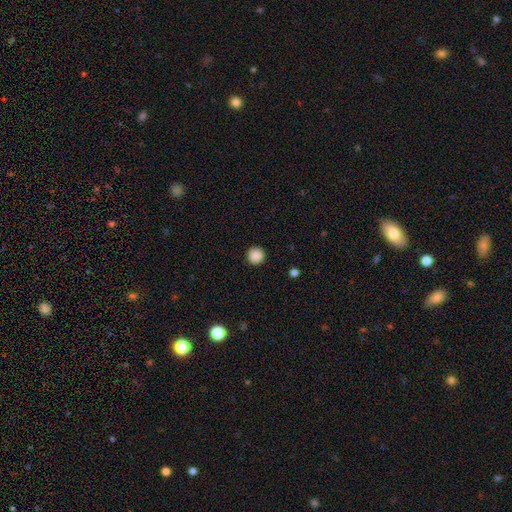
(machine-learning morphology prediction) Overall: smooth (88%). How rounded: round (96%). Merging: none (93%).